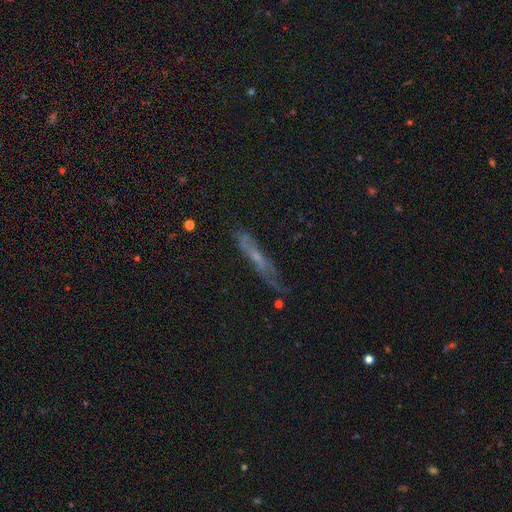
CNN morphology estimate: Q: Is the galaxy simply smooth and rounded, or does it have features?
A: featured or disk — 45%.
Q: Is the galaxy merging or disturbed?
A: none — 65%.